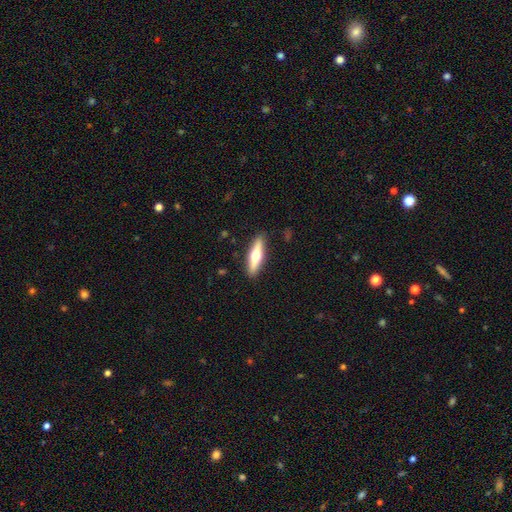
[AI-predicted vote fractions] A featured or disk galaxy (50%) viewed edge-on (92%). Merging: none (90%).